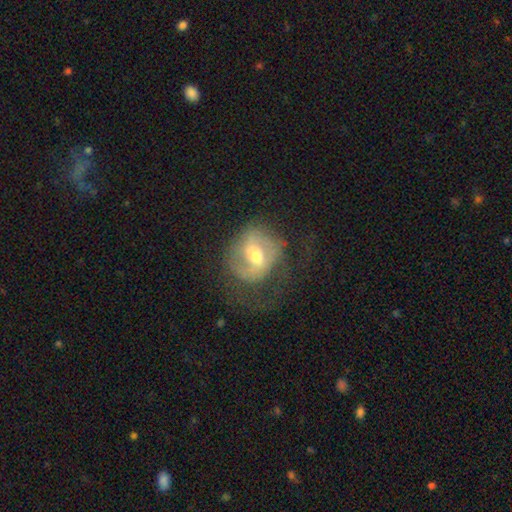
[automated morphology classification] A featured or disk galaxy (65%) with a weak bar (50%), spiral arms (71%) and a moderate central bulge (65%). Merging: none (48%).